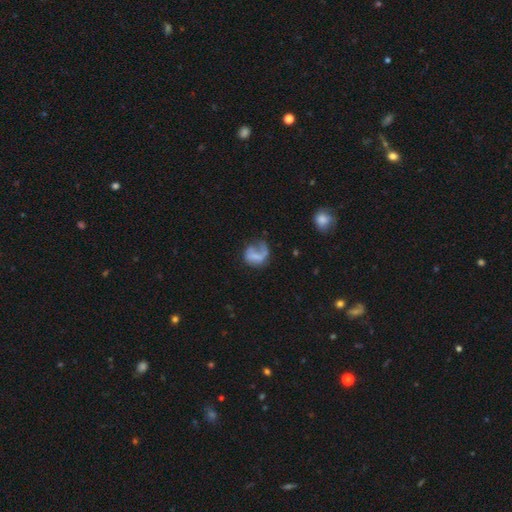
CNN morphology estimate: type=smooth (46%); merging=major disturbance (43%).